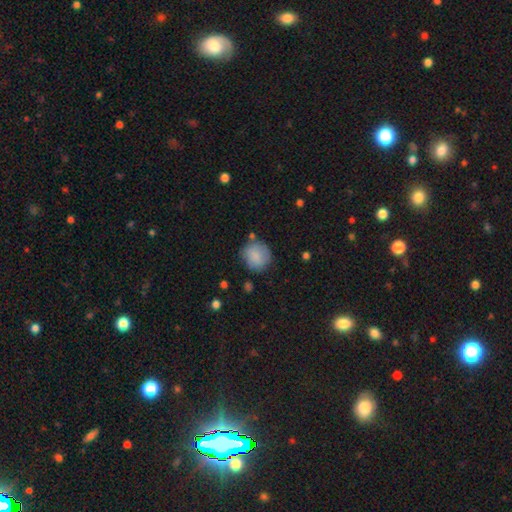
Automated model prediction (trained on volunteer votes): A smooth galaxy with no disk features (79%) that is round (86%). Merging: none (70%).